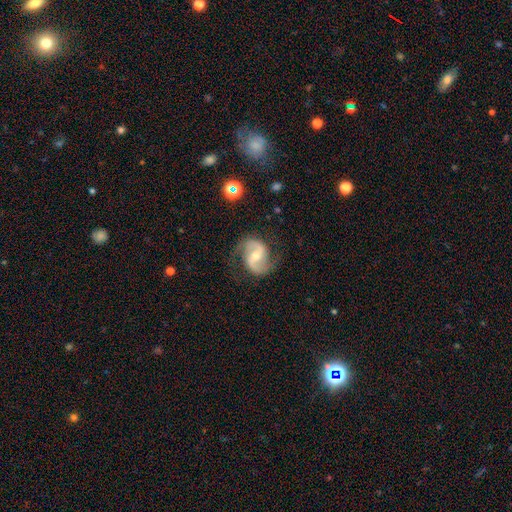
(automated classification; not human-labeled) This appears to be a featured or disk galaxy (88%) with a weak bar (46%), 2 (93%) medium (51%) spiral arms (97%) and a moderate central bulge (57%). Merging: none (77%).